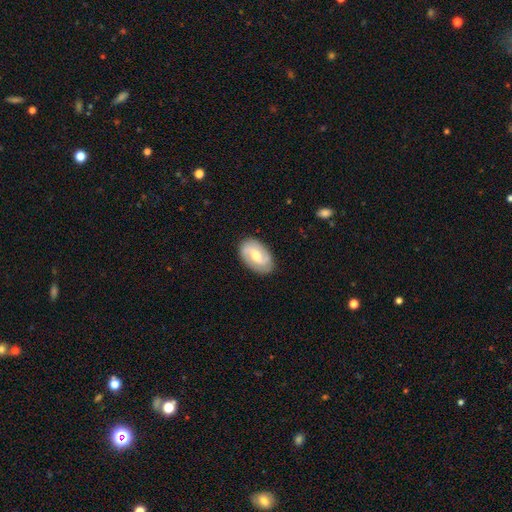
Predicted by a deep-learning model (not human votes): This is likely a featured or disk galaxy (77%). It is clearly not viewed edge-on (96%). Bar: possibly weak (51%). Spiral arm pattern: clearly yes (90%). Spiral arm count: clearly 2 (87%). Spiral winding: marginally medium (45%). Central bulge: likely moderate (66%). Merging: clearly none (85%).